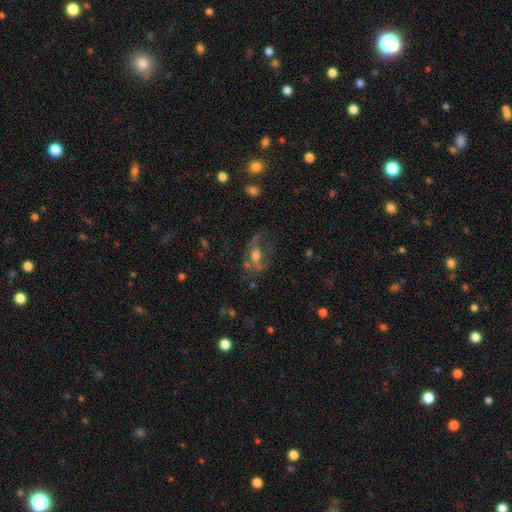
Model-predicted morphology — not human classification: A featured or disk galaxy (60%) with no bar (57%), spiral arms (55%) and a moderate central bulge (56%).

Vote fractions:
- Smooth or featured? featured or disk: 60% / smooth: 27% / star or artifact: 13%
- Edge-on disk? no: 93% / yes: 7%
- Bar? no: 57% / weak: 30% / strong: 12%
- Spiral arms? yes: 55% / no: 45%
- Bulge size? moderate: 56% / small: 22% / large: 14% / none: 6% / dominant: 2%
- Merging? major disturbance: 40% / none: 37% / minor disturbance: 18% / merger: 4%